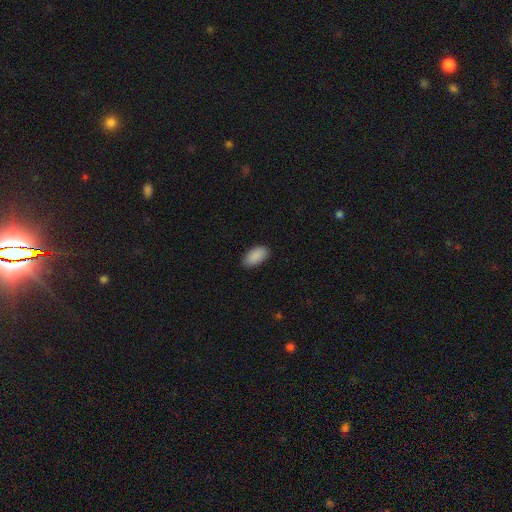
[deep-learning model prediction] Q: Smooth or featured?
A: smooth (90%); runner-up: star or artifact (7%)
Q: How rounded?
A: in between (95%); runner-up: round (3%)
Q: Merging?
A: none (86%); runner-up: minor disturbance (11%)